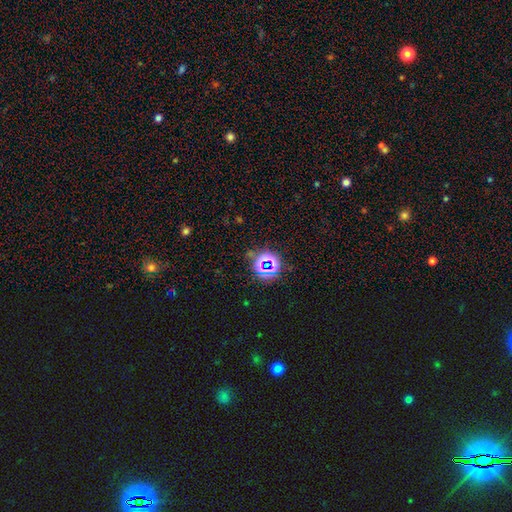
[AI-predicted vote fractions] smooth-or-featured: star or artifact: 75% | smooth: 16% | featured or disk: 8%